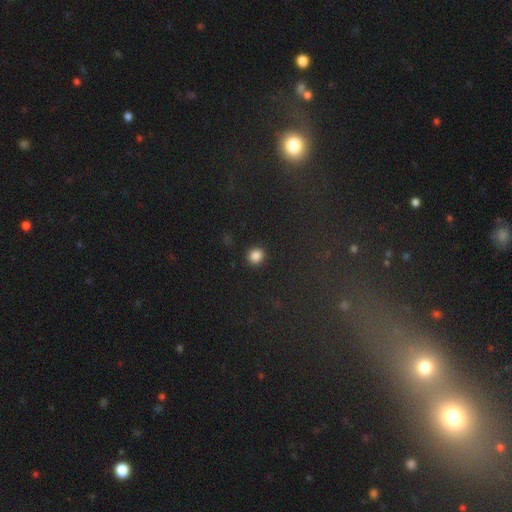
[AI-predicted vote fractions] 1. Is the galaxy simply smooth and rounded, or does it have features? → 85% smooth, 11% star or artifact, 3% featured or disk.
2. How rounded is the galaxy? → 85% round, 14% in between, 1% cigar-shaped.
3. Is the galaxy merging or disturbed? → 90% none, 6% minor disturbance, 2% major disturbance, 1% merger.